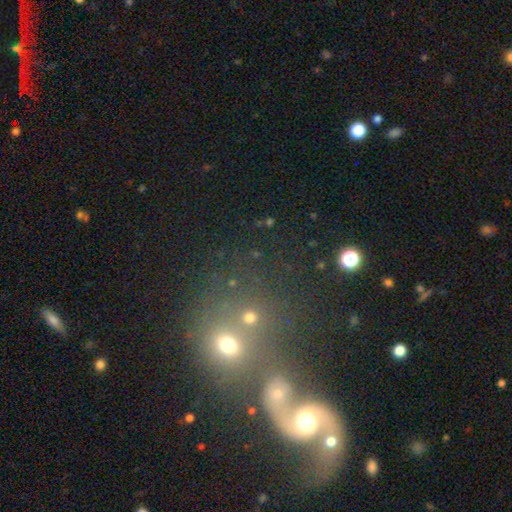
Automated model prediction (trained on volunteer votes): Smooth or featured? Predicted: smooth (p=0.38). Merging? Predicted: none (p=0.46).